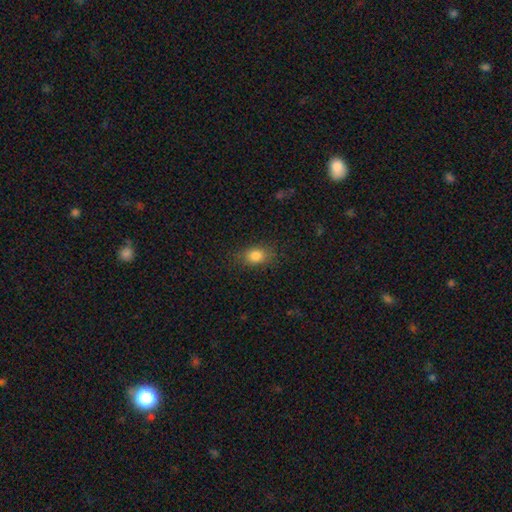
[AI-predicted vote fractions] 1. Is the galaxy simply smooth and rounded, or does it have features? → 83% smooth, 10% star or artifact, 7% featured or disk.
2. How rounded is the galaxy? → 65% in between, 33% round, 2% cigar-shaped.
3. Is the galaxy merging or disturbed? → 82% none, 13% minor disturbance, 4% major disturbance, 1% merger.